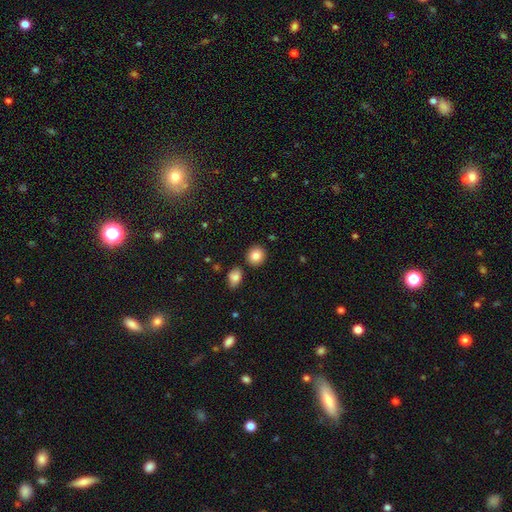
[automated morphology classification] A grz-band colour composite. It shows a smooth galaxy with no disk features (85%) that is round (83%). Merging: none (84%).